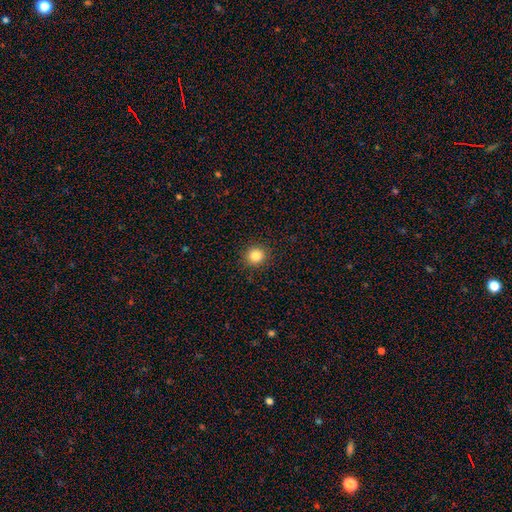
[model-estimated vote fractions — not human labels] A smooth galaxy with no disk features (84%) that is round (92%). Merging: none (91%).